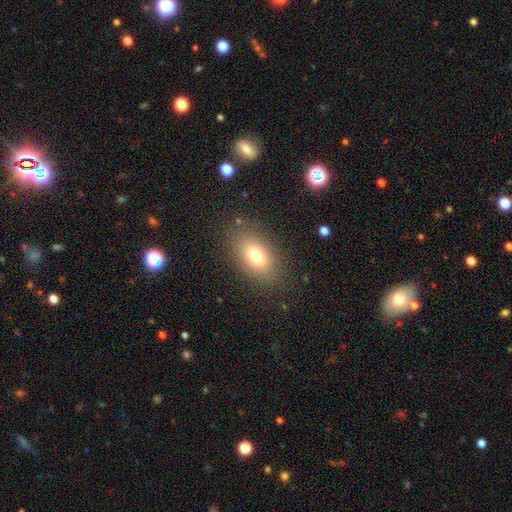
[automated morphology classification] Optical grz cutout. It shows a smooth galaxy with no disk features (75%) that is in between round and cigar-shaped (87%). Merging: none (83%).